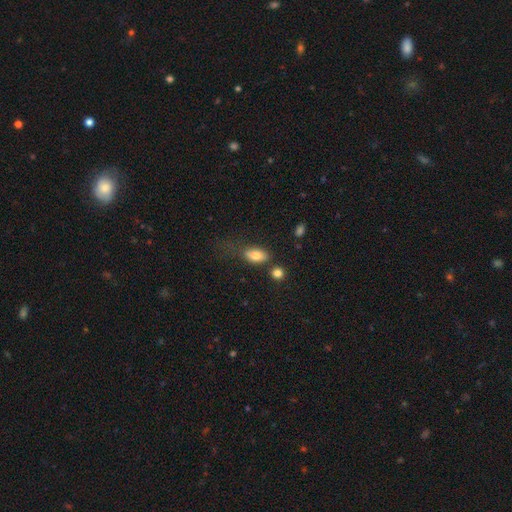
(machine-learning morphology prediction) A smooth galaxy with no disk features (80%) that is in between round and cigar-shaped (86%). Merging: none (55%).